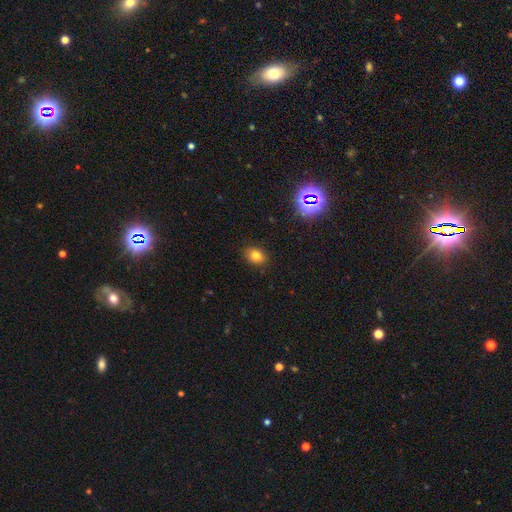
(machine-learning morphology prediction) A smooth galaxy with no disk features (77%) that is in between round and cigar-shaped (58%).

Vote fractions:
- Smooth or featured? smooth: 77% / star or artifact: 15% / featured or disk: 8%
- How rounded? in between: 58% / round: 40% / cigar-shaped: 1%
- Merging? none: 86% / minor disturbance: 10% / major disturbance: 2% / merger: 1%